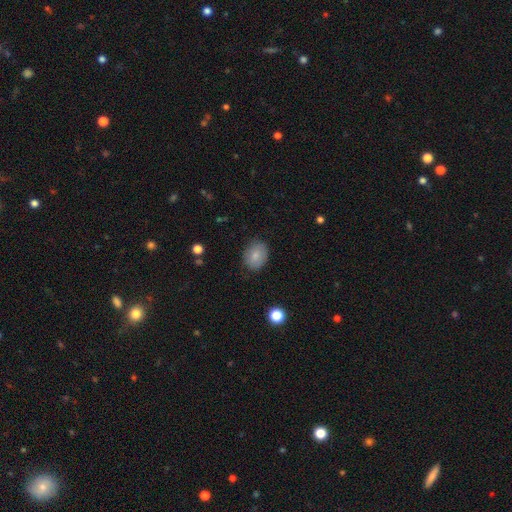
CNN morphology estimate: A smooth galaxy with no disk features (82%) that is in between round and cigar-shaped (66%). Merging: none (81%).